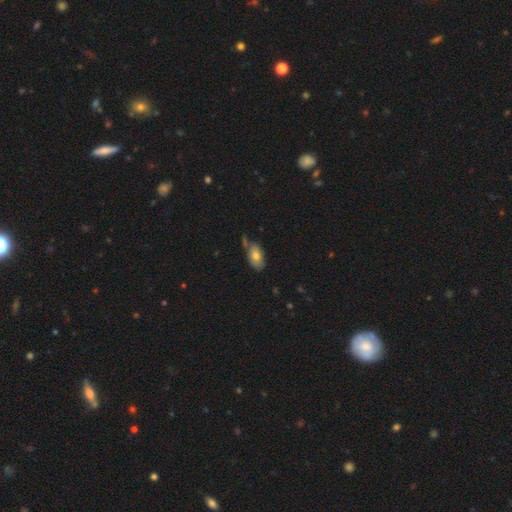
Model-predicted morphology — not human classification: smooth_or_featured: smooth (p=0.72) [alt: featured or disk p=0.20]
how_rounded: in between (p=0.92) [alt: round p=0.05]
merging: none (p=0.54) [alt: minor disturbance p=0.25]